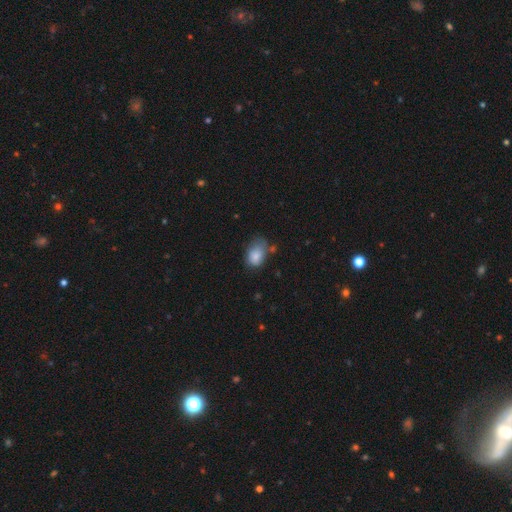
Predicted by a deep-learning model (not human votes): The model was most divided on "merging": none: 48%, minor disturbance: 34%, major disturbance: 11%, merger: 7%. More confident: smooth or featured — smooth (81%); how rounded — in between (79%).